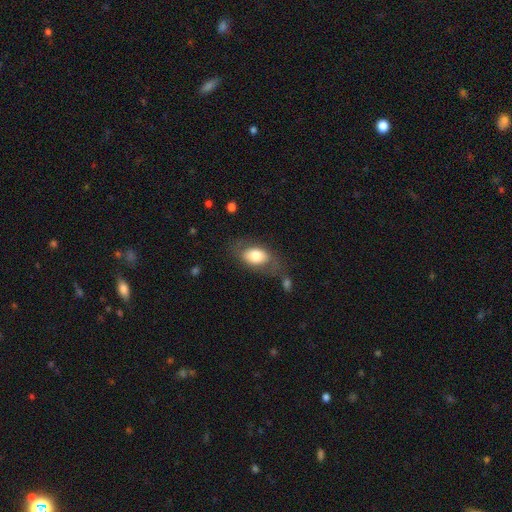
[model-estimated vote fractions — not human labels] Q: Smooth or featured?
A: smooth (71%); runner-up: featured or disk (22%)
Q: How rounded?
A: in between (87%); runner-up: round (11%)
Q: Merging?
A: none (63%); runner-up: minor disturbance (20%)